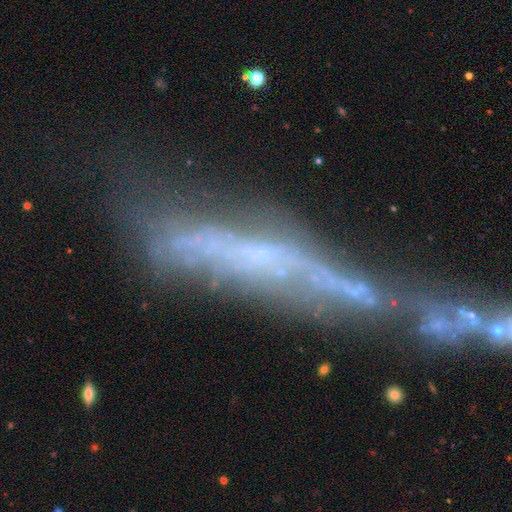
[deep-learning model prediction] smooth_or_featured: featured or disk (p=0.62) [alt: smooth p=0.23]
disk_edge_on: yes (p=0.58) [alt: no p=0.42]
merging: merger (p=0.33) [alt: major disturbance p=0.26]